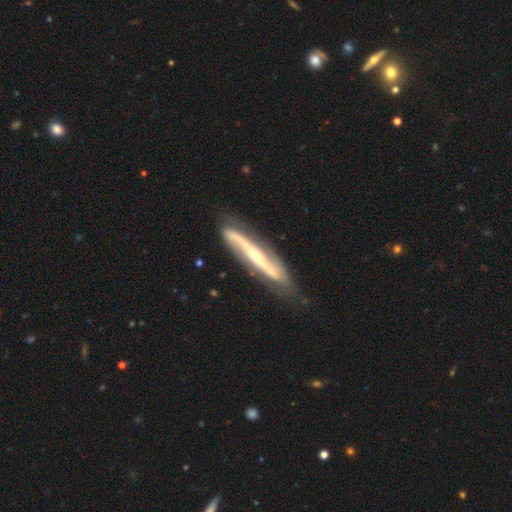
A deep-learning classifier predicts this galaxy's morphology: featured or disk 80%, smooth 14%, star or artifact 6%. Down the decision tree: edge-on disk — yes (65%); edge-on bulge — rounded (67%); merging — none (74%).